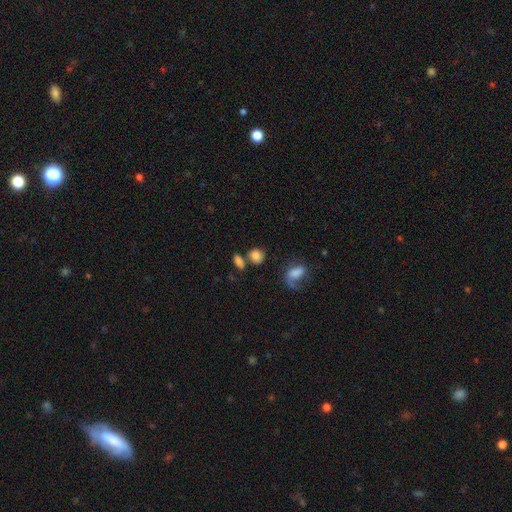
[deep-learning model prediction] Overall: smooth (82%). How rounded: round (64%; in between 33%). Merging: none (59%; merger 22%).